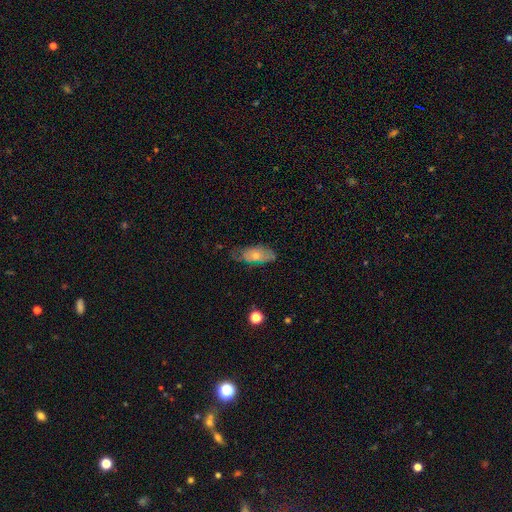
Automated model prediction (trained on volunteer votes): Smooth or featured? smooth (61%)
How rounded? in between (87%)
Merging? none (54%)